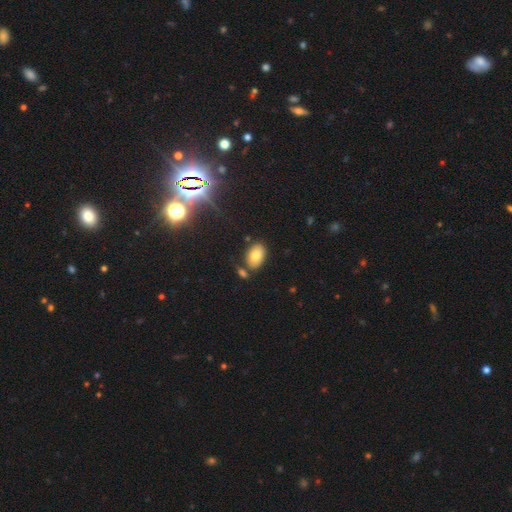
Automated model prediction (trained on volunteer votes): Smooth or featured? smooth (77%)
How rounded? in between (90%)
Merging? none (74%)